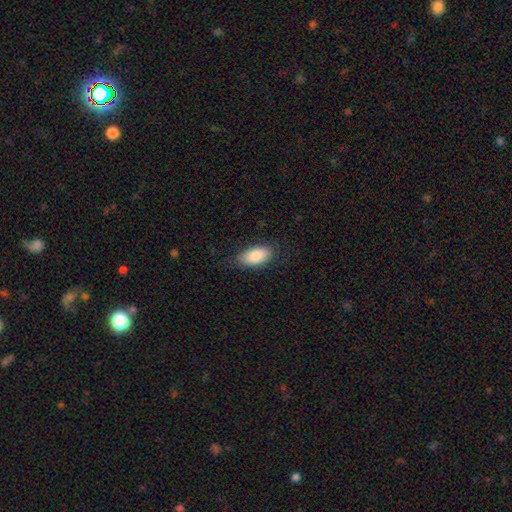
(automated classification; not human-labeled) This is clearly a smooth galaxy (84%). How rounded: clearly in between (92%). Merging: likely none (79%).